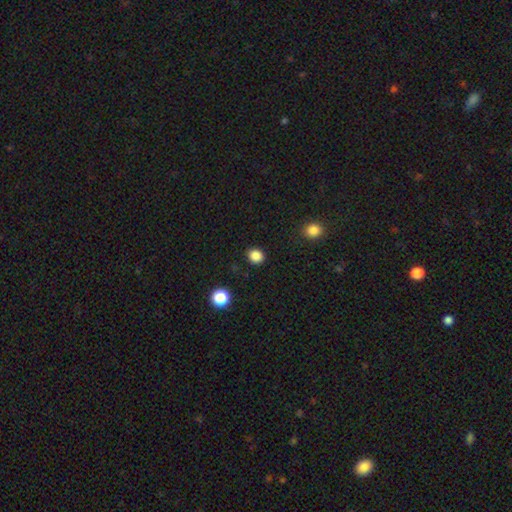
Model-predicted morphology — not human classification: Smooth or featured?
  - smooth: 85% *
  - star or artifact: 11%
  - featured or disk: 3%
How rounded?
  - round: 72% *
  - in between: 28%
  - cigar-shaped: 1%
Merging?
  - none: 89% *
  - minor disturbance: 7%
  - major disturbance: 2%
  - merger: 1%